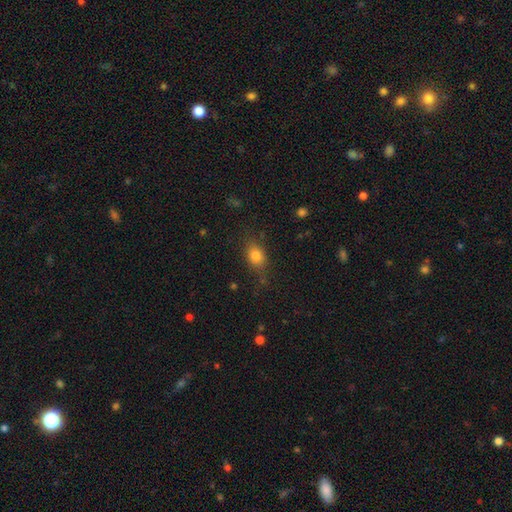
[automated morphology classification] A smooth galaxy with no disk features (80%) that is in between round and cigar-shaped (69%). Merging: none (71%).